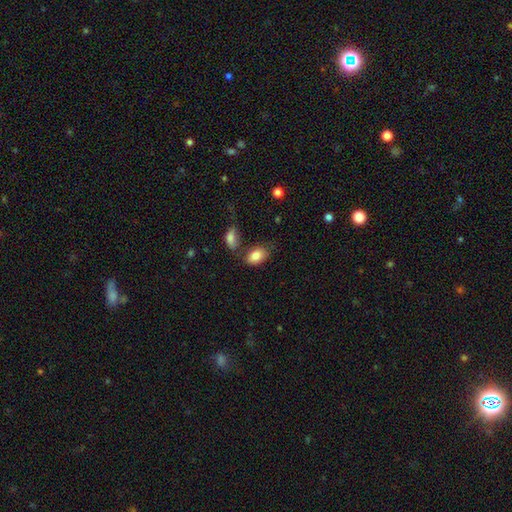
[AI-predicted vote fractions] Smooth or featured? Predicted: smooth (p=0.84). How rounded? Predicted: in between (p=0.89). Merging? Predicted: none (p=0.63).